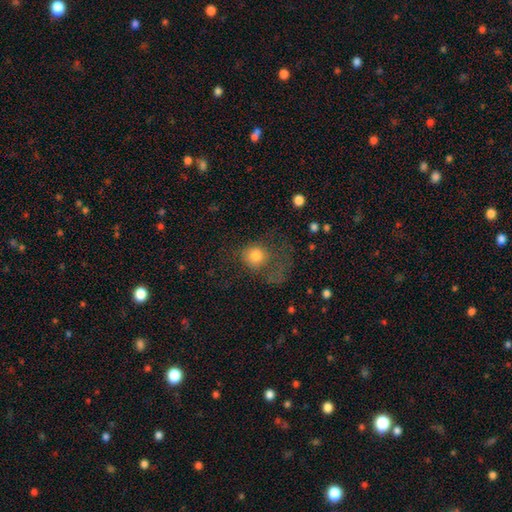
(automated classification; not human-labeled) Smooth or featured?
  - smooth: 71% *
  - featured or disk: 17%
  - star or artifact: 12%
How rounded?
  - round: 75% *
  - in between: 24%
  - cigar-shaped: 1%
Merging?
  - major disturbance: 47% *
  - none: 32%
  - minor disturbance: 17%
  - merger: 4%